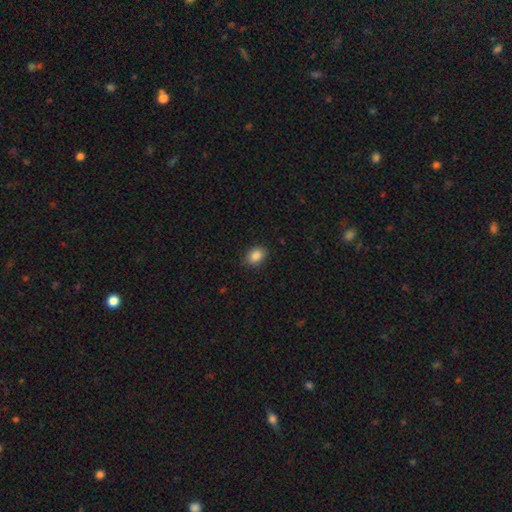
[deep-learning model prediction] Smooth or featured: smooth — 87% (star or artifact — 9%)
How rounded: in between — 71% (round — 28%)
Merging: none — 85% (minor disturbance — 12%)